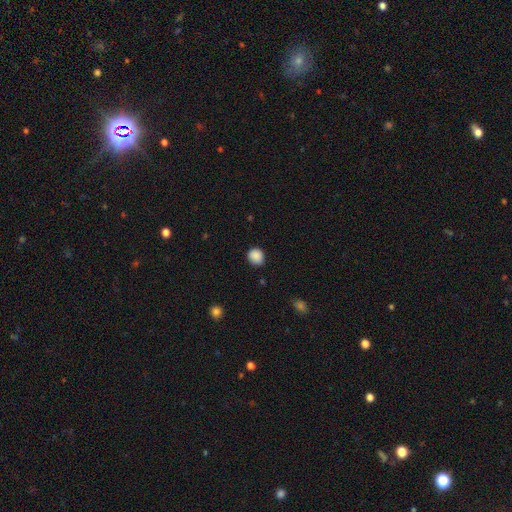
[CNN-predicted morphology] A smooth galaxy with no disk features (88%) that is round (83%). Merging: none (85%).